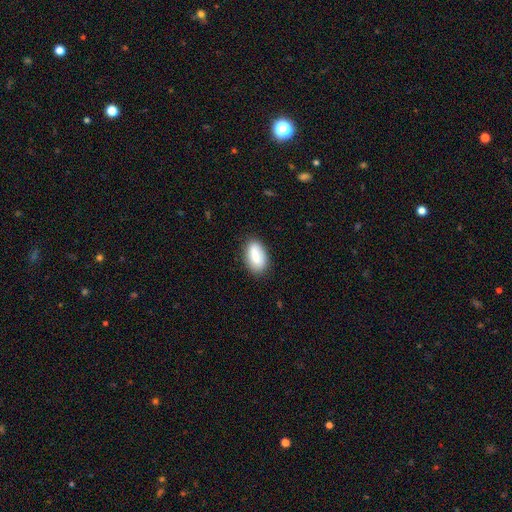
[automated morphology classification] Smooth or featured: smooth — 82% (featured or disk — 11%)
How rounded: in between — 92% (round — 4%)
Merging: none — 83% (minor disturbance — 13%)